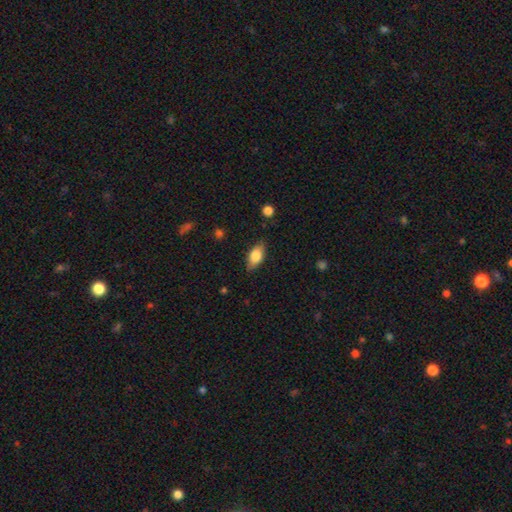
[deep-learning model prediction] Overall: smooth (78%). How rounded: in between (87%). Merging: none (81%).